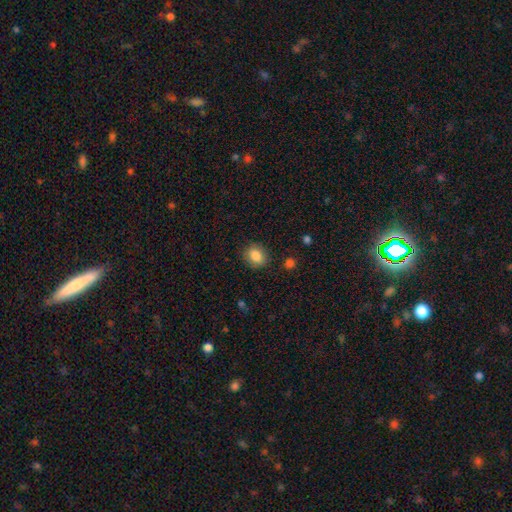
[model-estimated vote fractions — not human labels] A smooth galaxy with no disk features (86%) that is in between round and cigar-shaped (50%).

Vote fractions:
- Smooth or featured? smooth: 86% / star or artifact: 9% / featured or disk: 5%
- How rounded? in between: 50% / round: 49% / cigar-shaped: 1%
- Merging? none: 83% / minor disturbance: 12% / major disturbance: 3% / merger: 2%